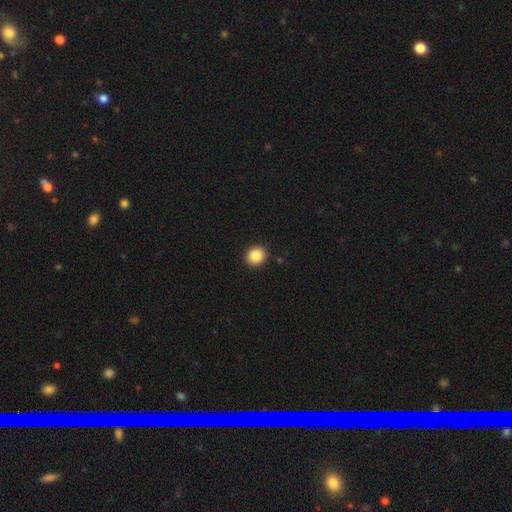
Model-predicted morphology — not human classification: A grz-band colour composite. It shows a smooth galaxy with no disk features (88%) that is round (76%). Merging: none (91%).